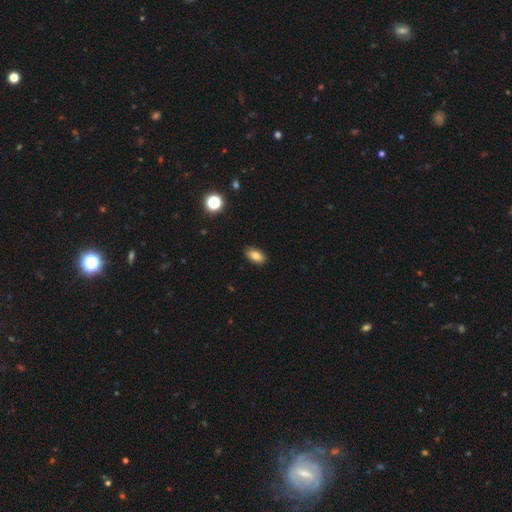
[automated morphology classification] A smooth galaxy with no disk features (83%) that is in between round and cigar-shaped (92%).

Vote fractions:
- Smooth or featured? smooth: 83% / star or artifact: 9% / featured or disk: 8%
- How rounded? in between: 92% / round: 5% / cigar-shaped: 3%
- Merging? none: 89% / minor disturbance: 8% / major disturbance: 2% / merger: 1%